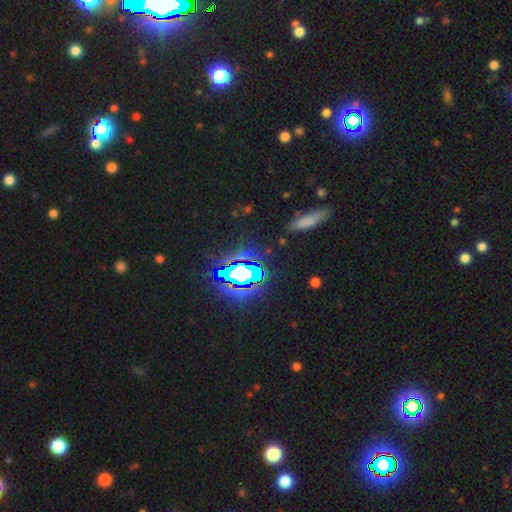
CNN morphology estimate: Smooth or featured: star or artifact — 75% (smooth — 14%)